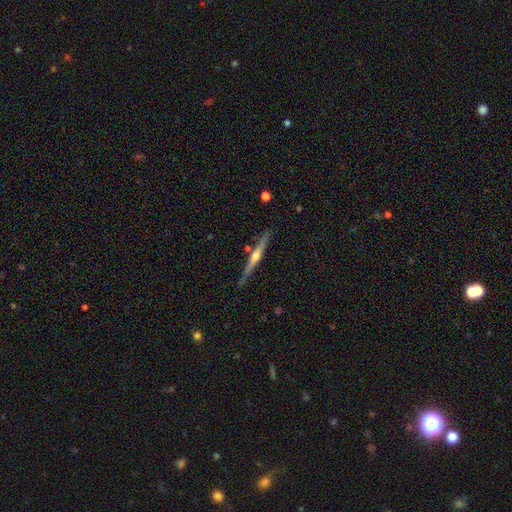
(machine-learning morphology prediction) This is likely a featured or disk galaxy (69%). It is clearly viewed edge-on (97%). Edge-on bulge: clearly rounded (84%). Merging: clearly none (82%).